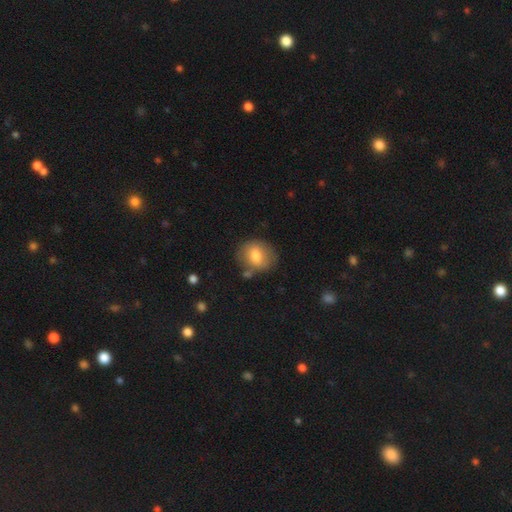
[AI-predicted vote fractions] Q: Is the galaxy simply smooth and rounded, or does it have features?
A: smooth — 72%.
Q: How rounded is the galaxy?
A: round — 64%.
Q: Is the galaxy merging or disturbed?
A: none — 71%.